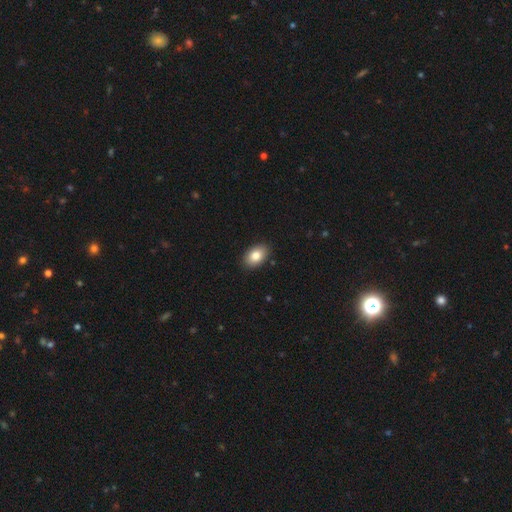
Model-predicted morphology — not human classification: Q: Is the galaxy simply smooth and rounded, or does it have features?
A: smooth — 84%.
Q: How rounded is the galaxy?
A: in between — 89%.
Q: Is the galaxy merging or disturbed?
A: none — 89%.